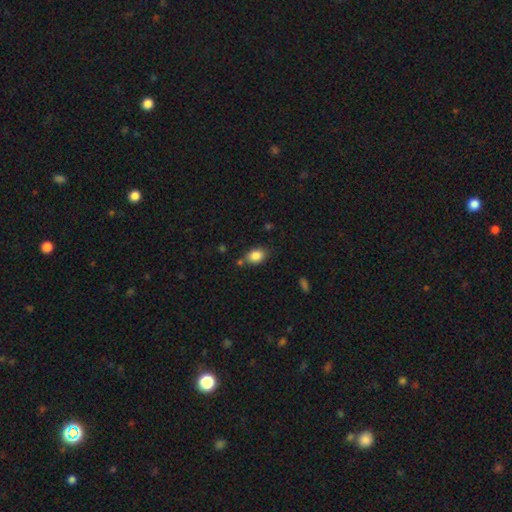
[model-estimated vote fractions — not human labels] Q: Smooth or featured?
A: smooth (86%); runner-up: star or artifact (9%)
Q: How rounded?
A: in between (74%); runner-up: round (25%)
Q: Merging?
A: none (72%); runner-up: minor disturbance (16%)